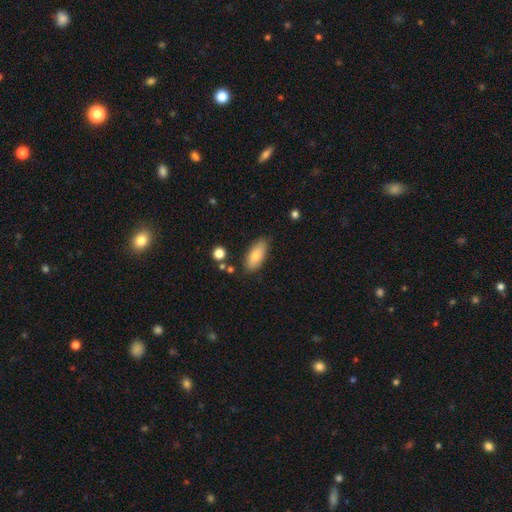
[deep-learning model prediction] This is likely a smooth galaxy (80%). How rounded: clearly in between (84%). Merging: clearly none (82%).